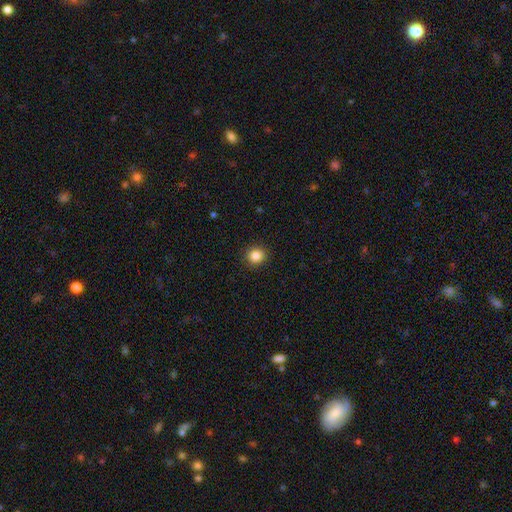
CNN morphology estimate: type=smooth (85%); roundness=round (90%); merging=none (92%).